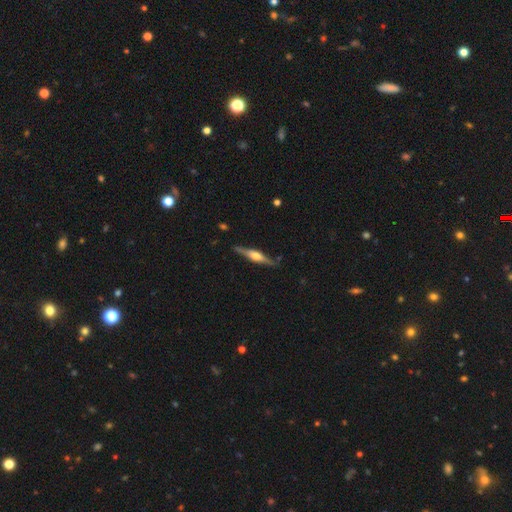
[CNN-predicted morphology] smooth_or_featured: featured or disk (p=0.73) [alt: smooth p=0.22]
disk_edge_on: yes (p=0.97) [alt: no p=0.03]
edge_on_bulge: rounded (p=0.84) [alt: boxy p=0.13]
merging: none (p=0.86) [alt: minor disturbance p=0.10]